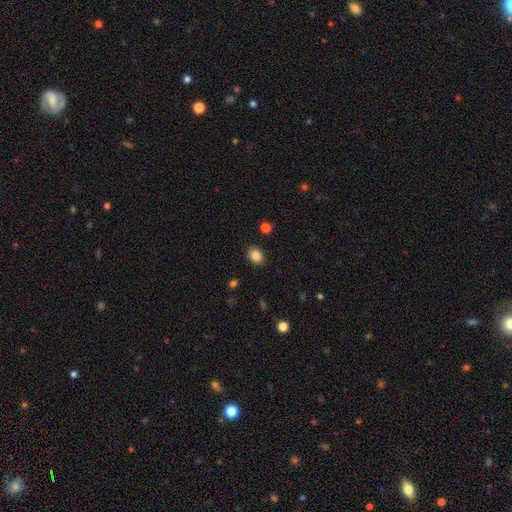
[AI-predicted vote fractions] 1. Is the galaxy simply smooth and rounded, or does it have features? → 86% smooth, 10% star or artifact, 4% featured or disk.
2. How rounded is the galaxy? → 56% in between, 44% round, 1% cigar-shaped.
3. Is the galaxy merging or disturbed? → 88% none, 9% minor disturbance, 2% major disturbance, 1% merger.